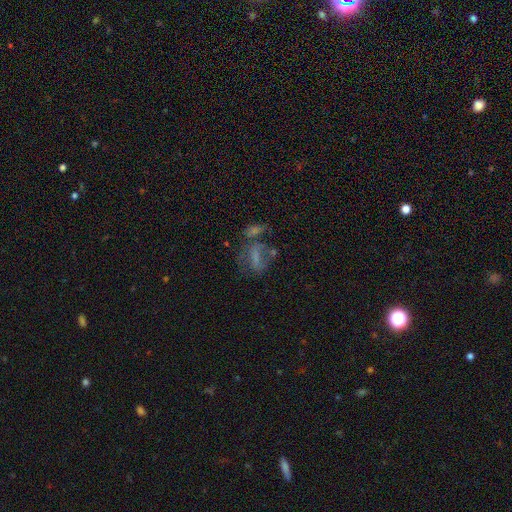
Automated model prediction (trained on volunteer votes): Smooth or featured? featured or disk (42%)
Merging? none (33%)